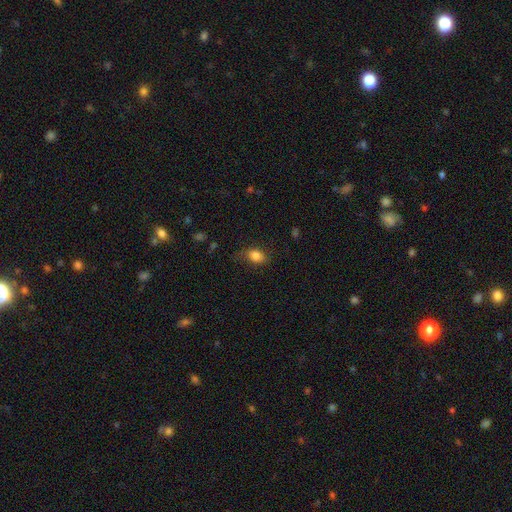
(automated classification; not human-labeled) A smooth galaxy with no disk features (83%) that is in between round and cigar-shaped (73%).

Vote fractions:
- Smooth or featured? smooth: 83% / star or artifact: 9% / featured or disk: 8%
- How rounded? in between: 73% / round: 25% / cigar-shaped: 2%
- Merging? none: 63% / minor disturbance: 25% / major disturbance: 10% / merger: 1%